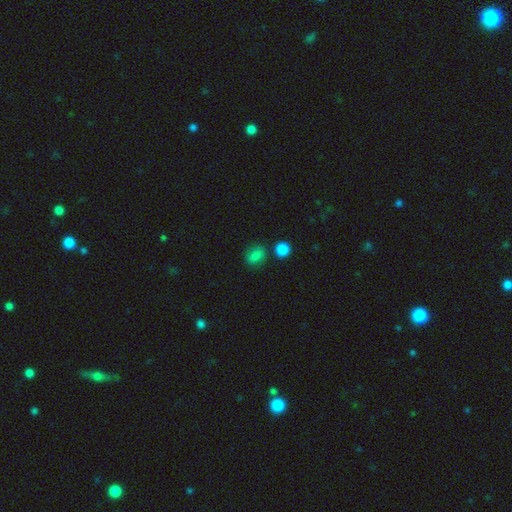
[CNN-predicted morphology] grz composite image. It shows a smooth galaxy with no disk features (81%) that is in between round and cigar-shaped (57%). Merging: none (72%).